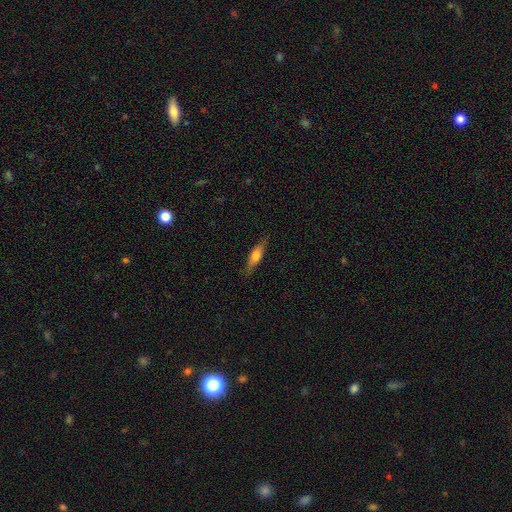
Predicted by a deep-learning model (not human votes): Smooth or featured? smooth (61%)
How rounded? cigar-shaped (64%)
Merging? none (83%)